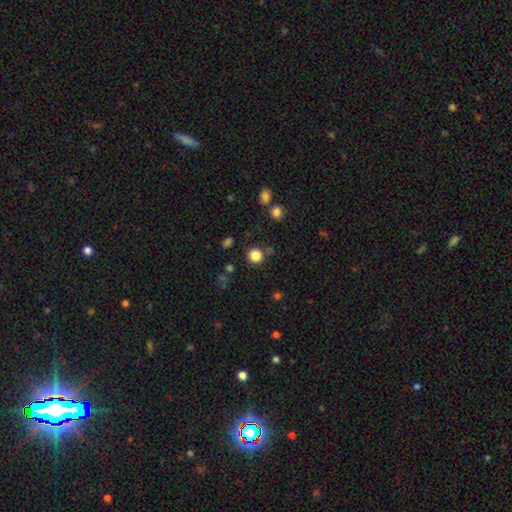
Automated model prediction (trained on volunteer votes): smooth-or-featured: smooth: 84% | star or artifact: 13% | featured or disk: 4%
  how-rounded: round: 92% | in between: 7% | cigar-shaped: 1%
  merging: none: 85% | minor disturbance: 8% | merger: 4% | major disturbance: 3%